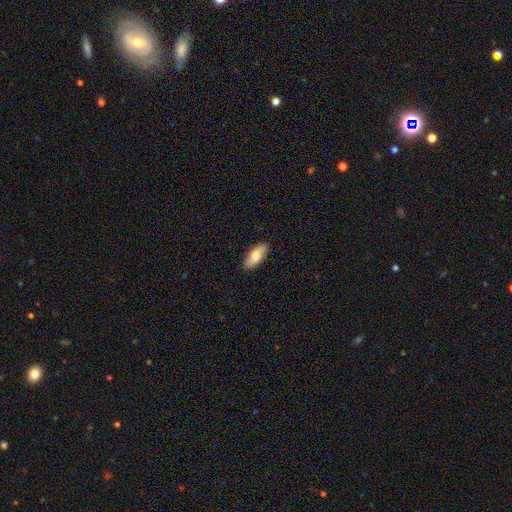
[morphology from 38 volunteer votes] Q: Smooth or featured?
A: smooth (79%); runner-up: featured or disk (18%)
Q: How rounded?
A: in between (90%); runner-up: cigar-shaped (7%)
Q: Merging?
A: none (95%); runner-up: minor disturbance (5%)